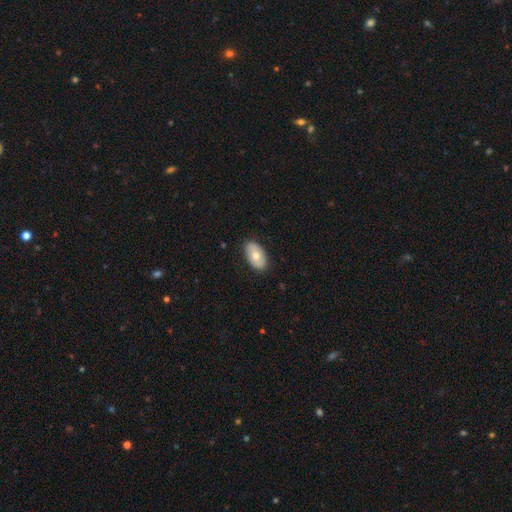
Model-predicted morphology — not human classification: Smooth or featured: smooth — 64% (featured or disk — 30%)
How rounded: in between — 94% (round — 5%)
Merging: none — 85% (minor disturbance — 12%)